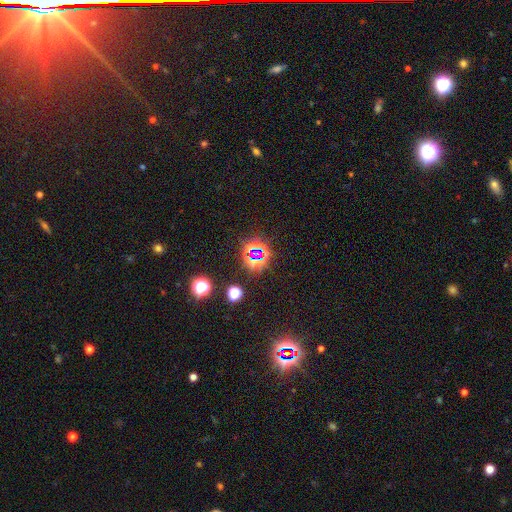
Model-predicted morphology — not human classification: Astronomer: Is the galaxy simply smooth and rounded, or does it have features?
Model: star or artifact — 75%.